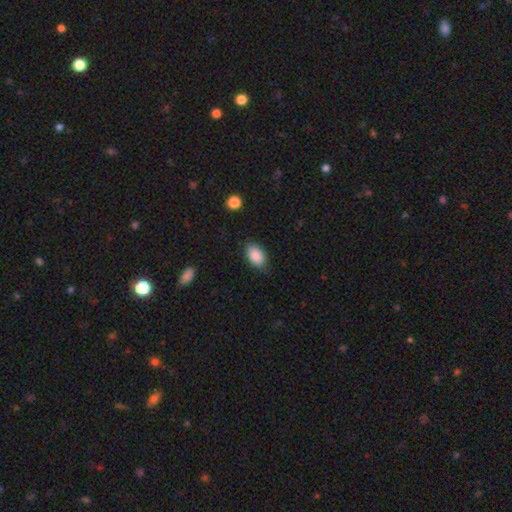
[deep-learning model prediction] Morphology: type=smooth (88%); roundness=in between (92%); merging=none (79%).